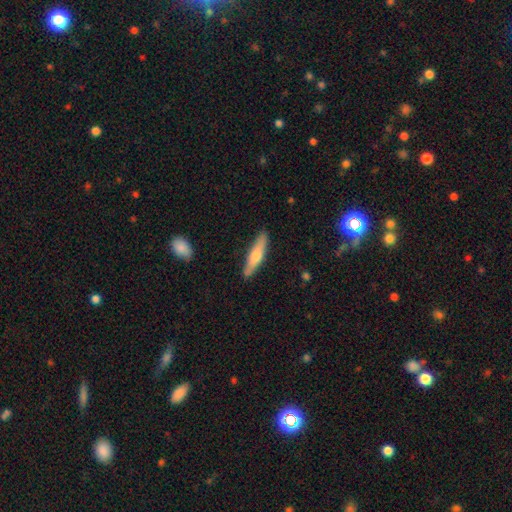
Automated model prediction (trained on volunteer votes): smooth-or-featured: smooth: 55% | featured or disk: 39% | star or artifact: 6%
  how-rounded: cigar-shaped: 81% | in between: 17% | round: 2%
  merging: none: 87% | minor disturbance: 10% | major disturbance: 2% | merger: 2%